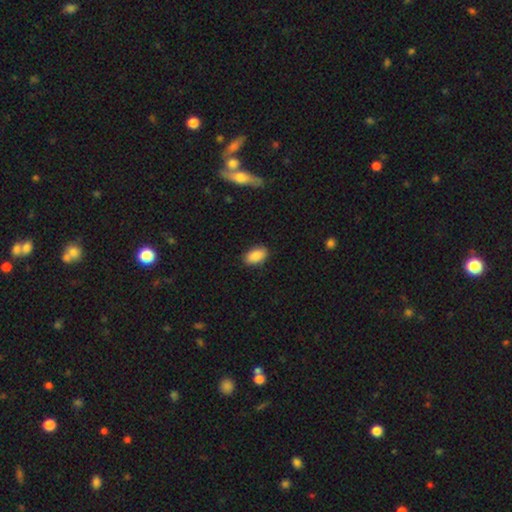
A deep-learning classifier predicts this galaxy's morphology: Smooth or featured? smooth (88%)
How rounded? in between (92%)
Merging? none (87%)